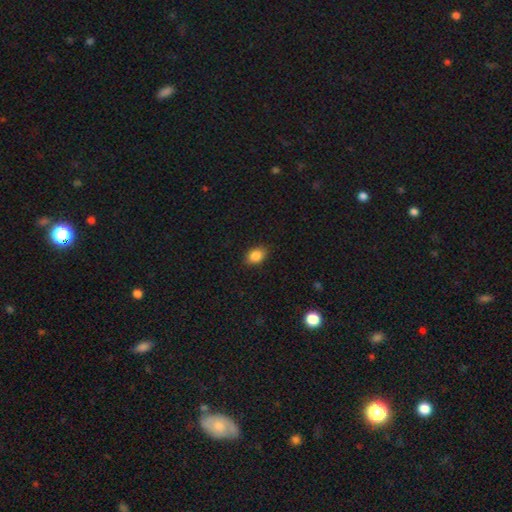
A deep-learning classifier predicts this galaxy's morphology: Smooth or featured: smooth — 86% (star or artifact — 9%)
How rounded: in between — 74% (round — 25%)
Merging: none — 86% (minor disturbance — 11%)